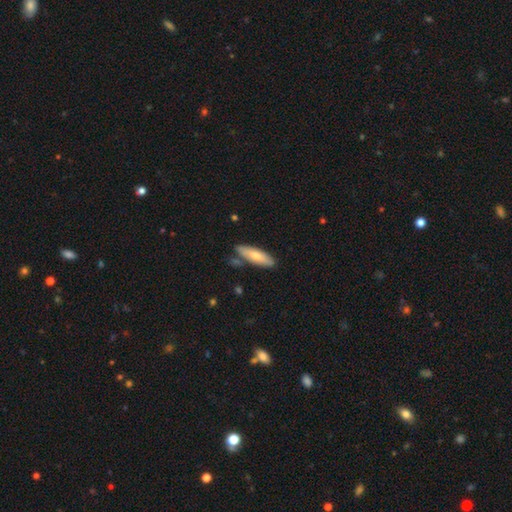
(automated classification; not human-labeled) smooth_or_featured: smooth (p=0.66) [alt: featured or disk p=0.29]
how_rounded: cigar-shaped (p=0.54) [alt: in between p=0.45]
merging: none (p=0.77) [alt: minor disturbance p=0.15]